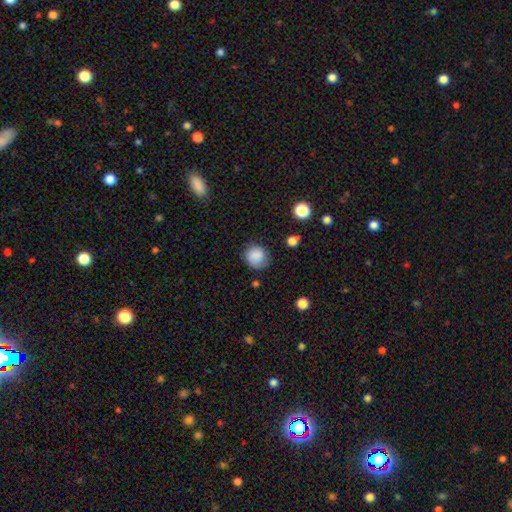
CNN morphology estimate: A smooth galaxy with no disk features (87%) that is round (83%). Merging: none (79%).